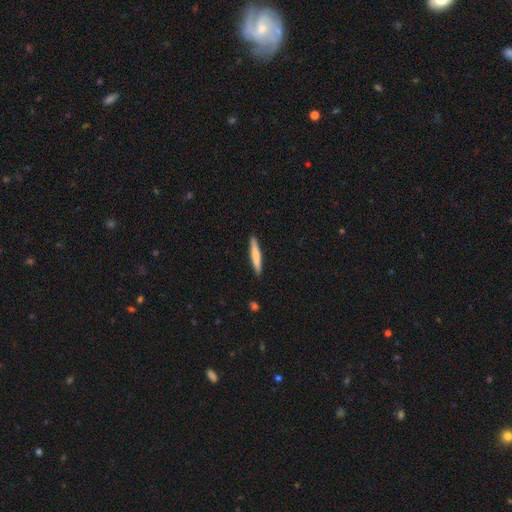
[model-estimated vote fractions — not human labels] Smooth or featured? Predicted: smooth (p=0.72). How rounded? Predicted: cigar-shaped (p=0.93). Merging? Predicted: none (p=0.90).